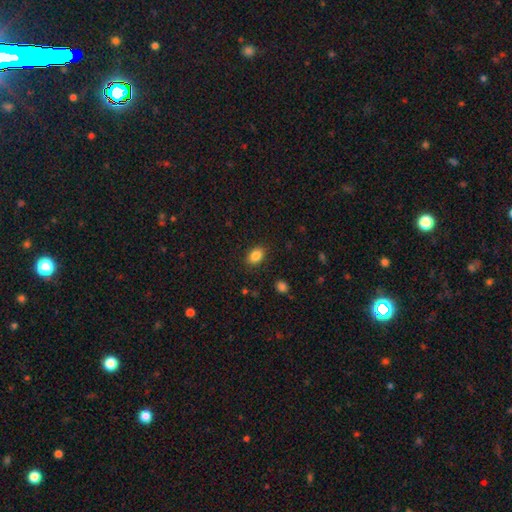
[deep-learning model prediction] smooth 86%, star or artifact 9%, featured or disk 5%. Down the decision tree: how rounded — in between (80%); merging — none (87%).